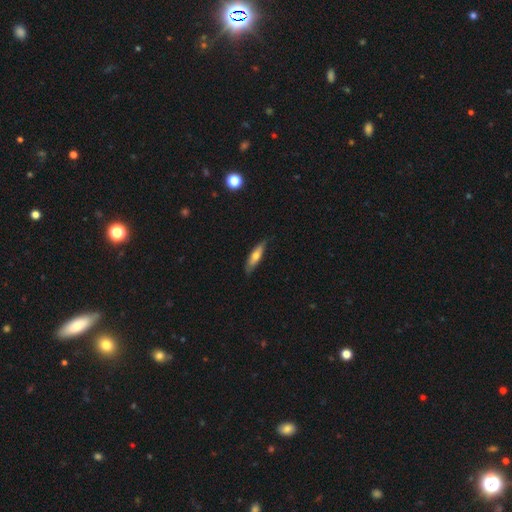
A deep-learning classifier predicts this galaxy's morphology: Smooth or featured? Predicted: smooth (p=0.60). How rounded? Predicted: cigar-shaped (p=0.67). Merging? Predicted: none (p=0.78).